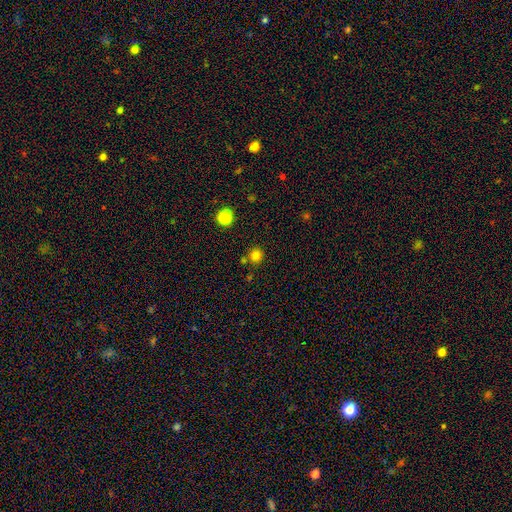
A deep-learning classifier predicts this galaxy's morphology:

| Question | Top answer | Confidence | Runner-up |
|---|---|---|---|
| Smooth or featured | smooth | 79% | star or artifact (15%) |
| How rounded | round | 90% | in between (9%) |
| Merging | none | 79% | merger (10%) |